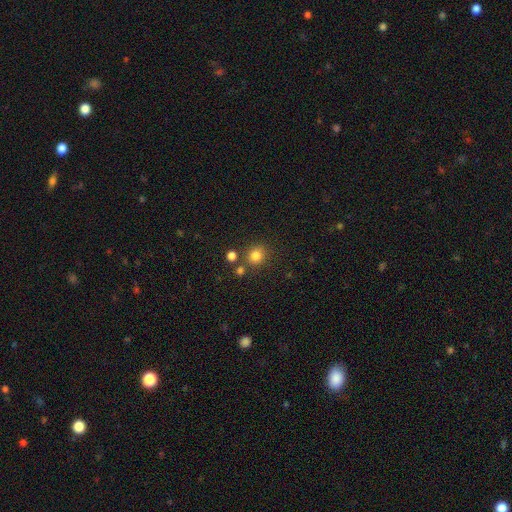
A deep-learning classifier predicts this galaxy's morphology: A smooth galaxy with no disk features (80%) that is round (84%). Merging: none (77%).